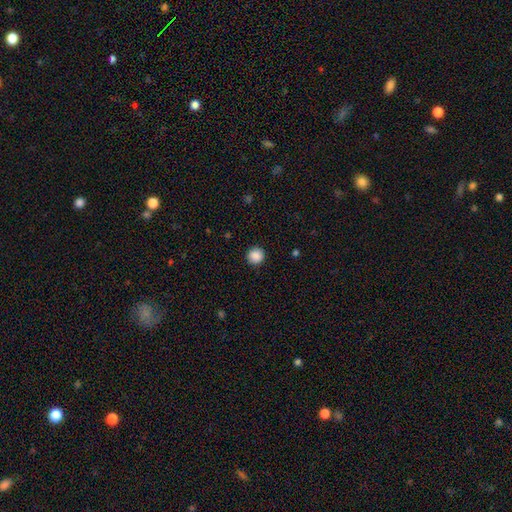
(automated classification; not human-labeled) This is clearly a smooth galaxy (88%). How rounded: clearly round (93%). Merging: clearly none (91%).